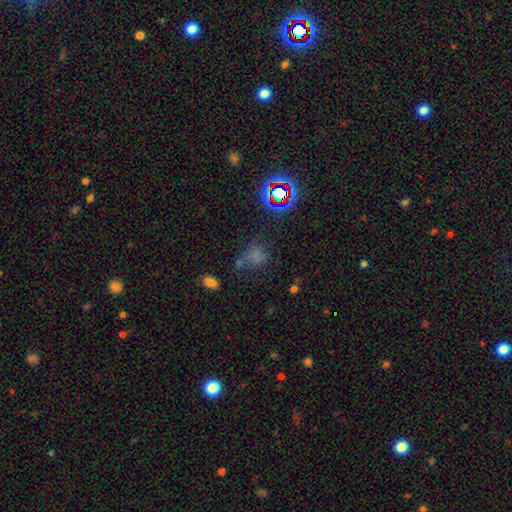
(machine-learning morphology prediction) This is possibly a smooth galaxy (54%). How rounded: possibly round (53%). Merging: possibly none (47%).